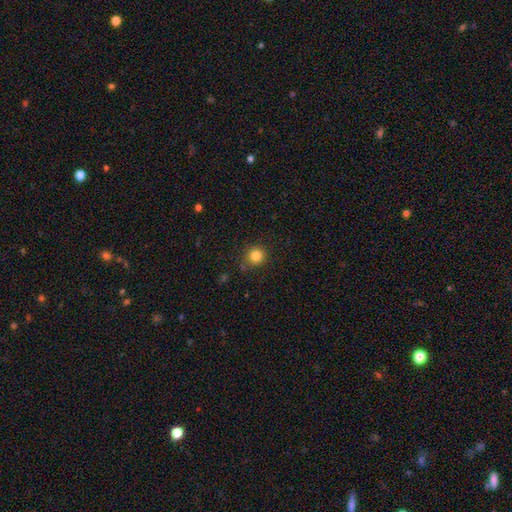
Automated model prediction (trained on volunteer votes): Q: Smooth or featured?
A: smooth (83%); runner-up: star or artifact (12%)
Q: How rounded?
A: round (92%); runner-up: in between (7%)
Q: Merging?
A: none (84%); runner-up: minor disturbance (11%)